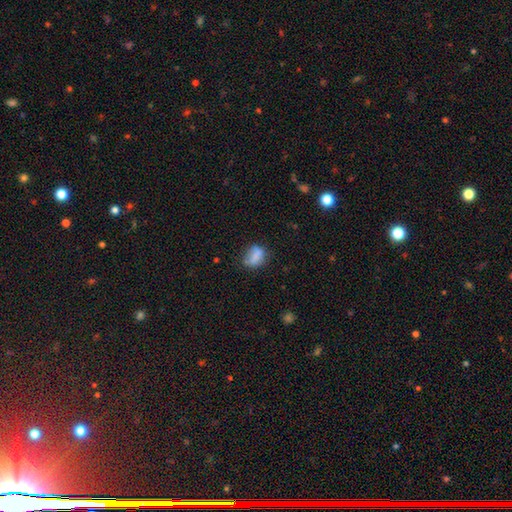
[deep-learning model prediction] The model was most divided on "merging": none: 56%, minor disturbance: 27%, major disturbance: 11%, merger: 6%. More confident: smooth or featured — smooth (74%); how rounded — in between (66%).